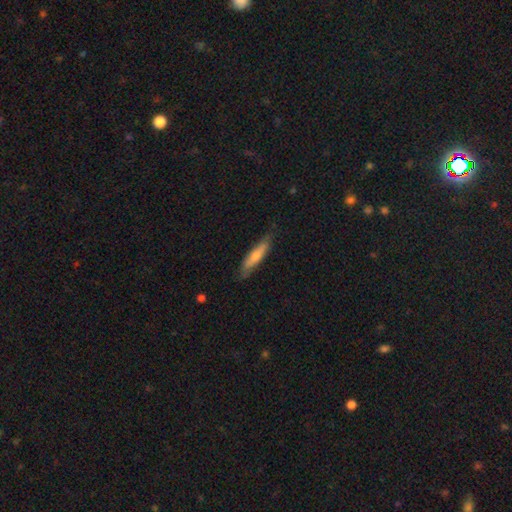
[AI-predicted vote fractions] This is possibly a smooth galaxy (50%). How rounded: clearly cigar-shaped (85%). Merging: likely none (80%).